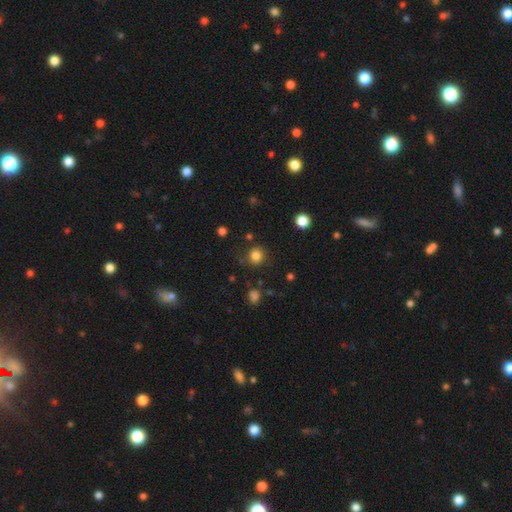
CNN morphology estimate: Smooth or featured? Predicted: smooth (p=0.82). How rounded? Predicted: round (p=0.90). Merging? Predicted: none (p=0.82).